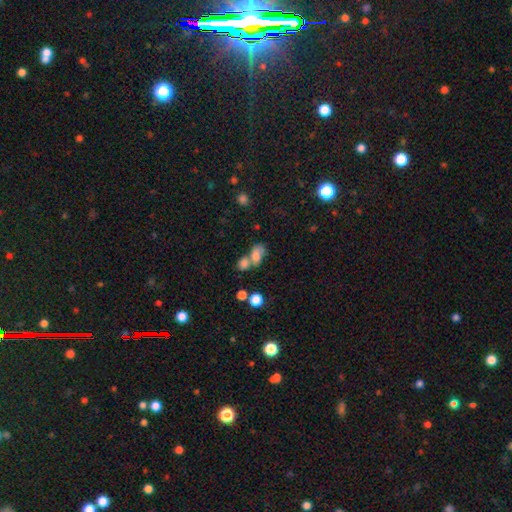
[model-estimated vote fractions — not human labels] The model was most divided on "merging": merger: 58%, none: 24%, minor disturbance: 11%, major disturbance: 8%. More confident: how rounded — in between (77%); smooth or featured — smooth (69%).